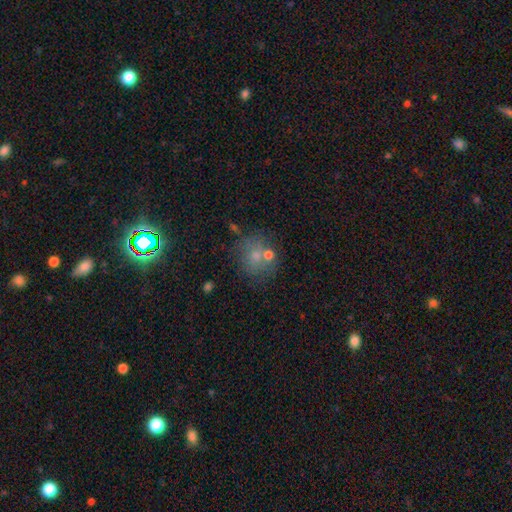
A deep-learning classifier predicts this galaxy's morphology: Smooth or featured? smooth (57%)
How rounded? round (82%)
Merging? none (59%)